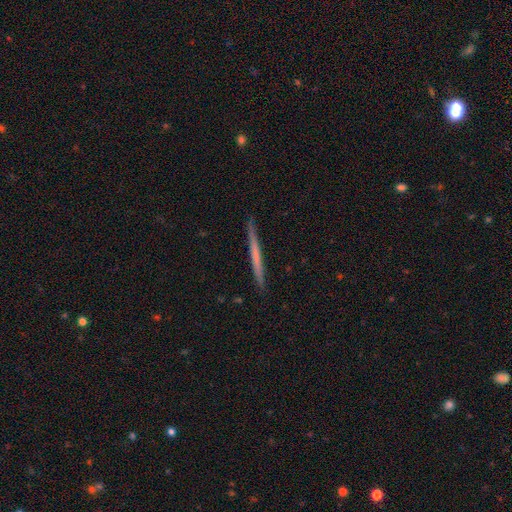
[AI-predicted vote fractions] Morphology: type=smooth (48%); merging=none (92%).